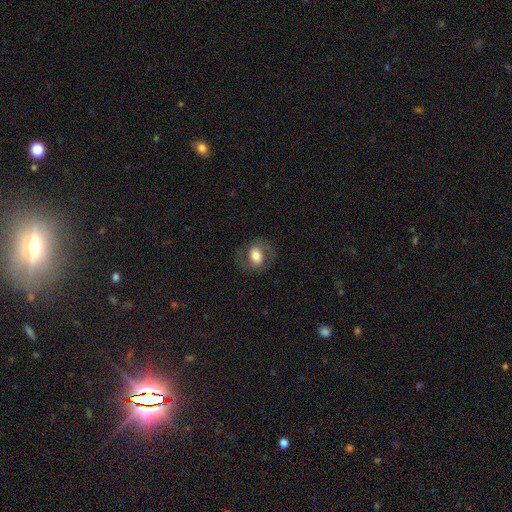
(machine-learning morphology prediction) Smooth or featured: smooth — 58% (featured or disk — 33%)
How rounded: in between — 62% (round — 36%)
Merging: none — 74% (minor disturbance — 15%)